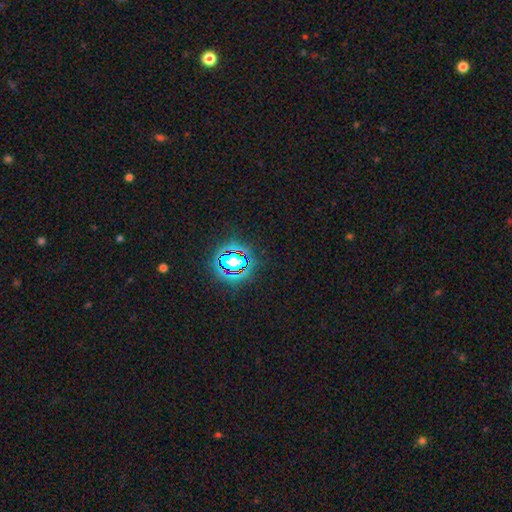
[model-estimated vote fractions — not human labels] Q: Smooth or featured?
A: star or artifact (81%); runner-up: smooth (12%)